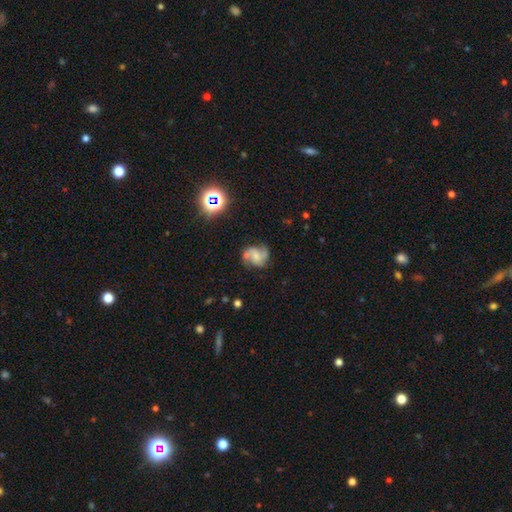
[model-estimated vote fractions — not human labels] The model was most divided on "bulge size": small: 41%, moderate: 27%, none: 25%, large: 5%, dominant: 2%. Remaining: edge-on disk — no (98%); spiral arms — yes (91%); smooth or featured — featured or disk (68%); bar — no (61%); merging — none (57%); spiral arm count — 2 (50%); spiral winding — medium (49%).